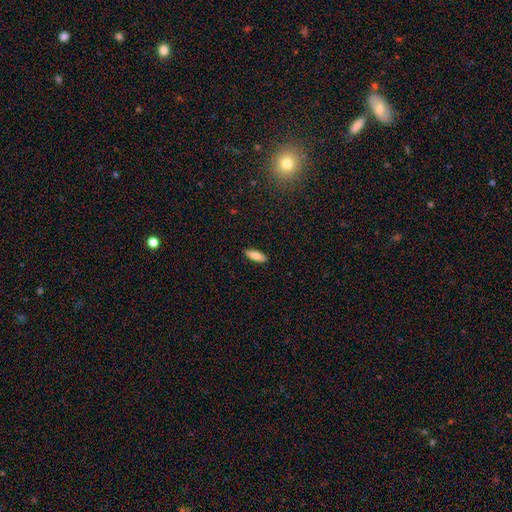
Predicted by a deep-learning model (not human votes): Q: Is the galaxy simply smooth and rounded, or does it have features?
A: smooth — 83%.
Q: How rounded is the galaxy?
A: in between — 63%.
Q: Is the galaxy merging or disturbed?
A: none — 90%.